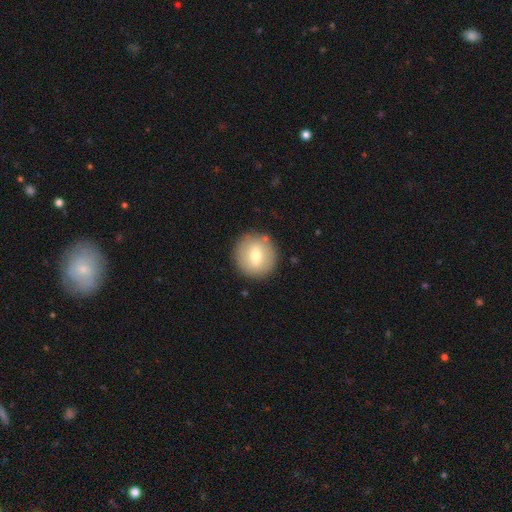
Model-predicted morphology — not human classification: smooth 66%, featured or disk 26%, star or artifact 8%. Down the decision tree: how rounded — round (91%); merging — none (88%).